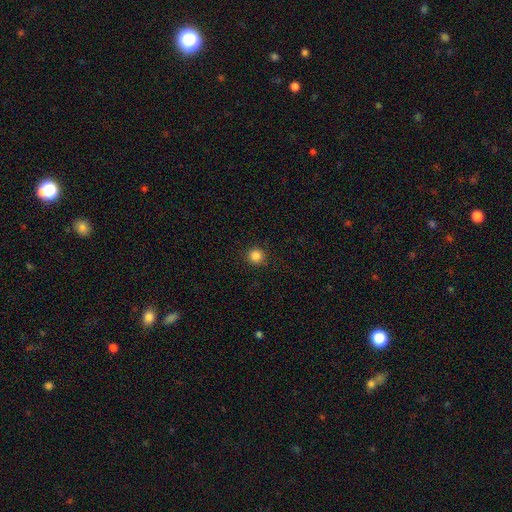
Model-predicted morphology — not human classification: smooth 85%, star or artifact 12%, featured or disk 3%. Down the decision tree: how rounded — round (95%); merging — none (91%).